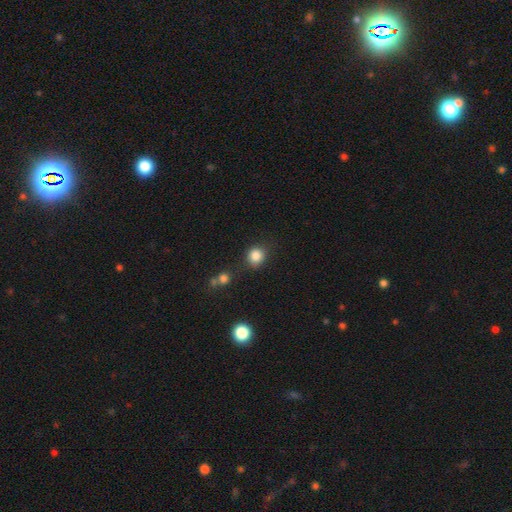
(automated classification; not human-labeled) smooth_or_featured: smooth (p=0.85) [alt: star or artifact p=0.11]
how_rounded: round (p=0.83) [alt: in between p=0.16]
merging: none (p=0.74) [alt: minor disturbance p=0.15]